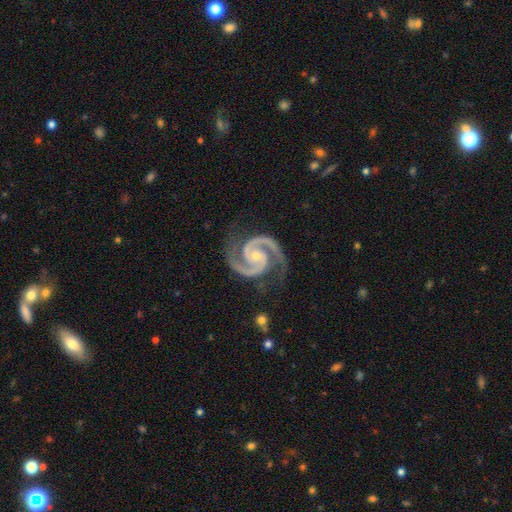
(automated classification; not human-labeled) Overall: featured or disk (95%). Edge-on disk: no (99%). Bar: no (66%). Spiral arms: yes (99%). Spiral arm count: 2 (94%). Spiral winding: medium (56%; tight 40%). Bulge size: small (68%; moderate 28%). Merging: none (80%).